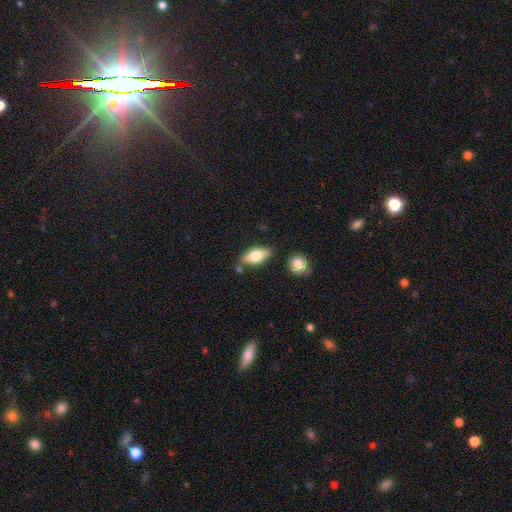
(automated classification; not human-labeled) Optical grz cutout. It shows a smooth galaxy with no disk features (70%) that is in between round and cigar-shaped (85%). Merging: none (78%).